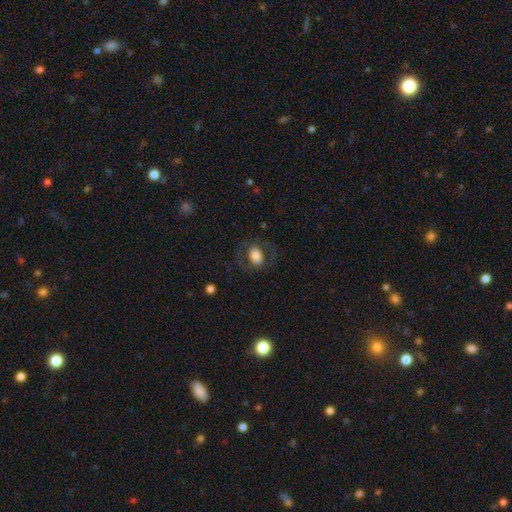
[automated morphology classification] Overall: smooth (70%). How rounded: in between (79%). Merging: none (73%).